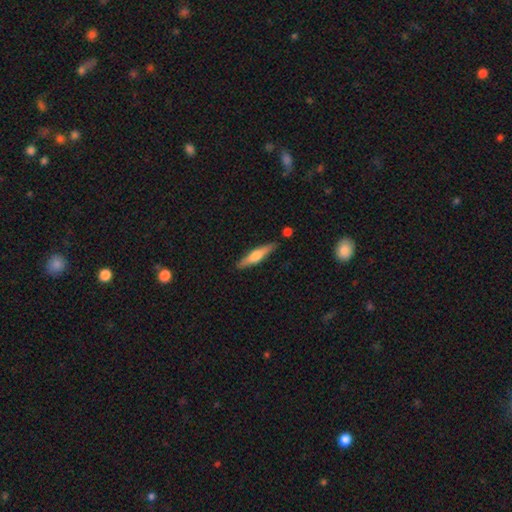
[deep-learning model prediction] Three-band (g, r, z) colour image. It shows a featured or disk galaxy (49%). Merging: none (84%).